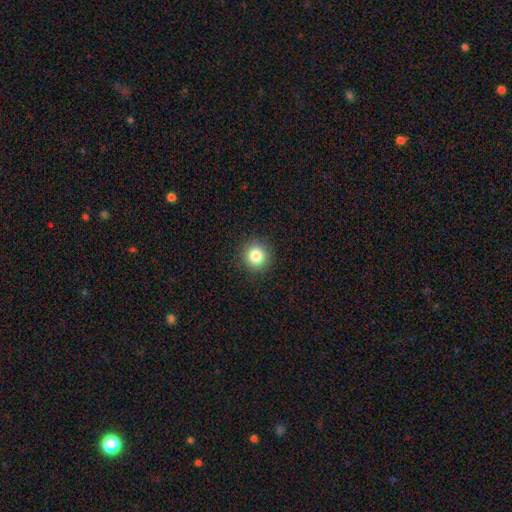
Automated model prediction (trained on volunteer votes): smooth 83%, star or artifact 11%, featured or disk 6%. Down the decision tree: how rounded — round (93%); merging — none (91%).